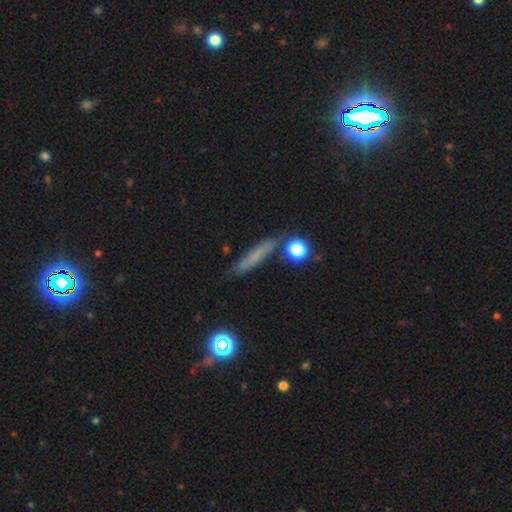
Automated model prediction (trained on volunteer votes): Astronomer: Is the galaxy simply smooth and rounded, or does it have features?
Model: smooth — 63%.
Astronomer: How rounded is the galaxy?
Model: cigar-shaped — 88%.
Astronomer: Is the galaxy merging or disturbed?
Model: none — 82%.